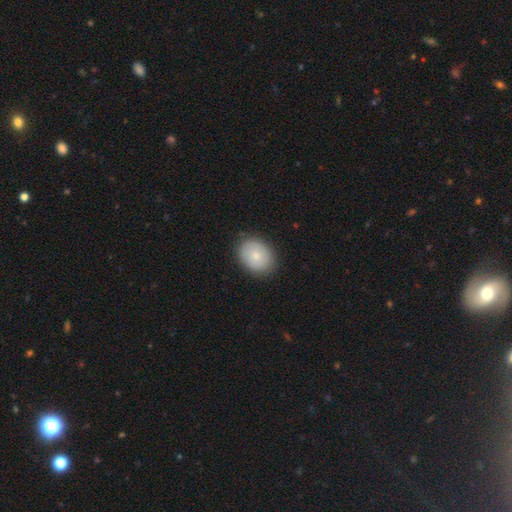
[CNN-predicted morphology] Smooth or featured: smooth — 81% (featured or disk — 13%)
How rounded: in between — 57% (round — 42%)
Merging: none — 86% (minor disturbance — 11%)